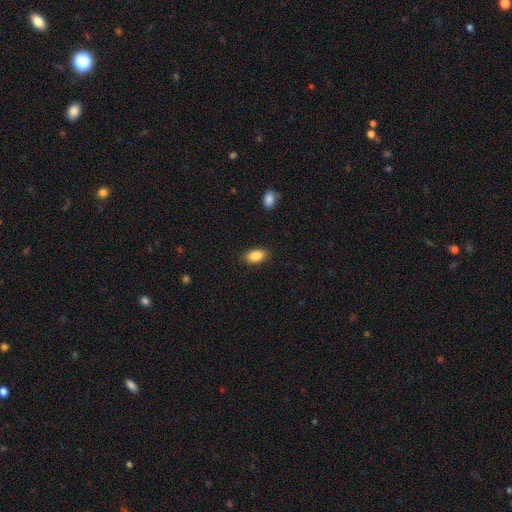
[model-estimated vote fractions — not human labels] Morphology: type=smooth (88%); roundness=in between (91%); merging=none (86%).